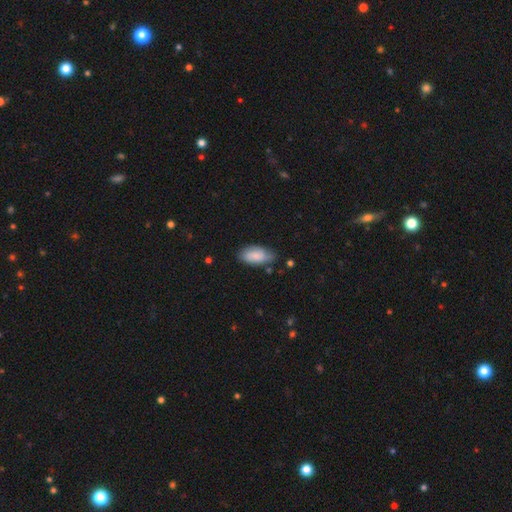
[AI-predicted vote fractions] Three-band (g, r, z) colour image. It shows a smooth galaxy with no disk features (78%) that is in between round and cigar-shaped (92%). Merging: none (67%).